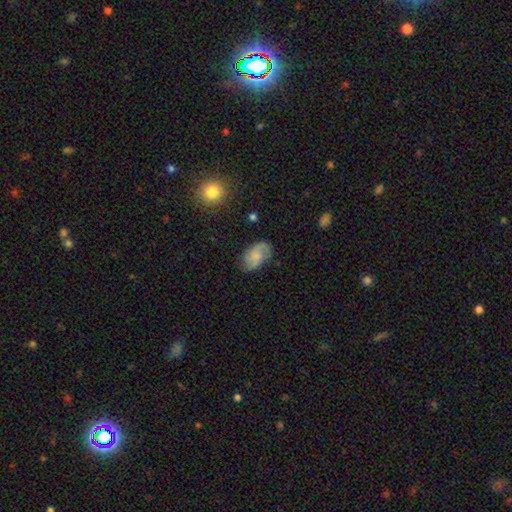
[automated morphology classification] This is possibly a smooth galaxy (53%). How rounded: clearly in between (91%). Merging: likely none (64%).